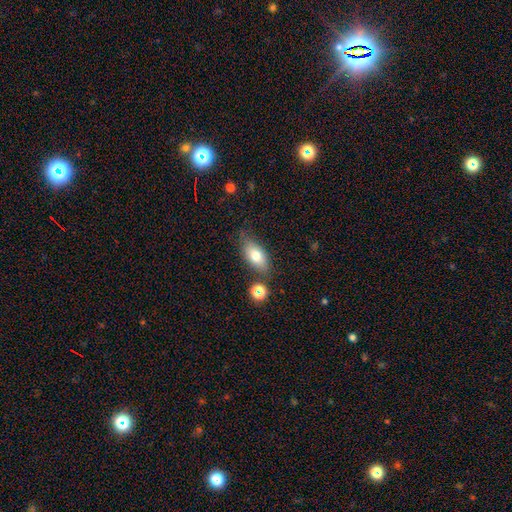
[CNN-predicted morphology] A smooth galaxy with no disk features (74%) that is in between round and cigar-shaped (85%). Merging: none (70%).